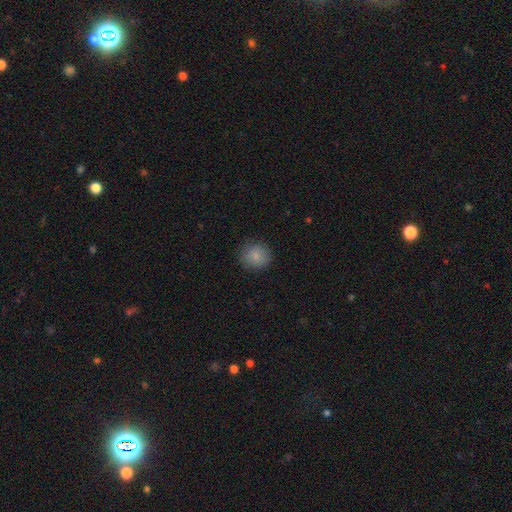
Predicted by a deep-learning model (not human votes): A smooth galaxy with no disk features (85%) that is round (88%). Merging: none (86%).